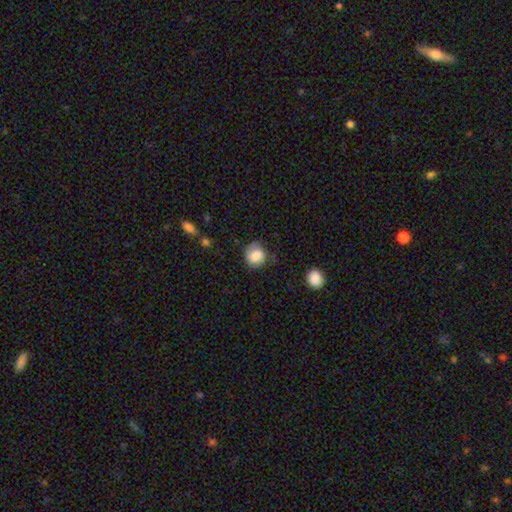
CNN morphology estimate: Smooth or featured?
  - smooth: 80% *
  - featured or disk: 13%
  - star or artifact: 8%
How rounded?
  - round: 76% *
  - in between: 23%
  - cigar-shaped: 1%
Merging?
  - none: 61% *
  - minor disturbance: 27%
  - major disturbance: 9%
  - merger: 2%